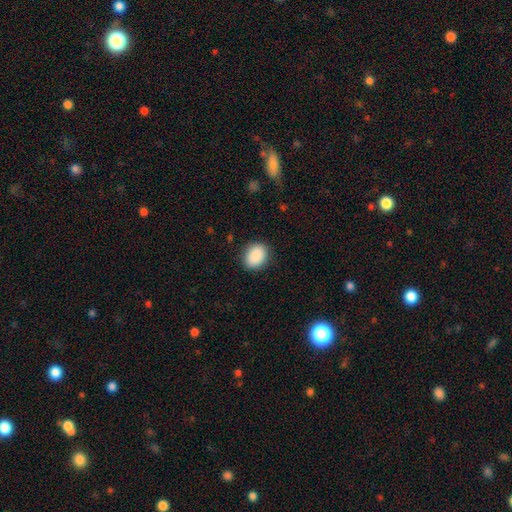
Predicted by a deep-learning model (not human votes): Morphology: type=smooth (90%); roundness=in between (62%); merging=none (87%).